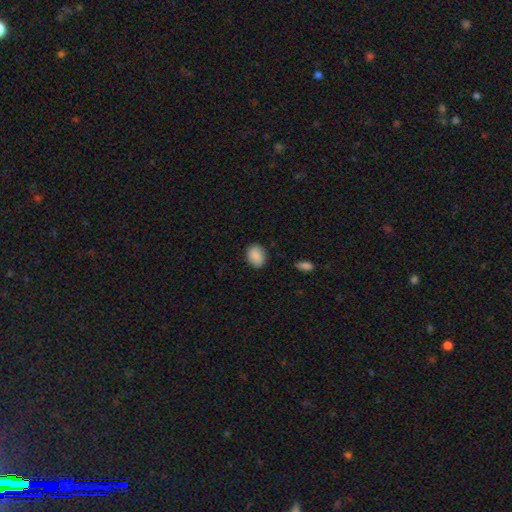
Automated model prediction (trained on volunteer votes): Smooth or featured: smooth — 88% (star or artifact — 7%)
How rounded: in between — 60% (round — 39%)
Merging: none — 84% (minor disturbance — 12%)